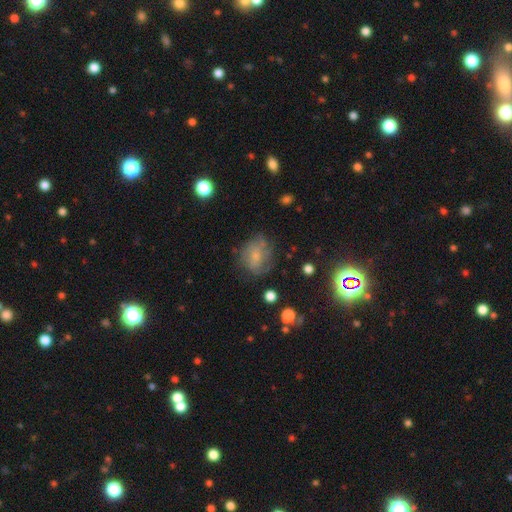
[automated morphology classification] This is possibly a smooth galaxy (50%). How rounded: possibly round (53%). Merging: possibly none (57%).